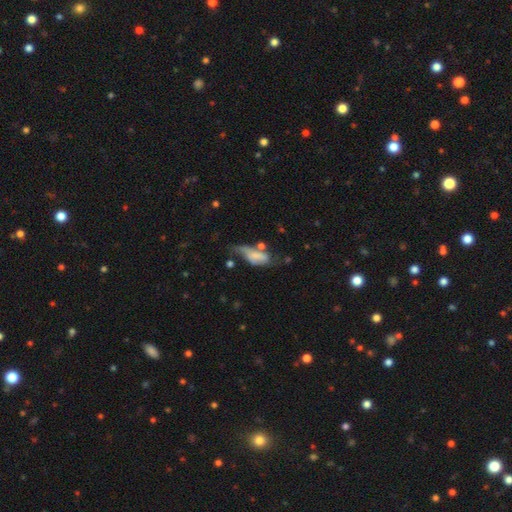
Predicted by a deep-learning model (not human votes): Q: Smooth or featured?
A: smooth (58%); runner-up: featured or disk (33%)
Q: How rounded?
A: in between (82%); runner-up: cigar-shaped (14%)
Q: Merging?
A: major disturbance (36%); runner-up: minor disturbance (29%)